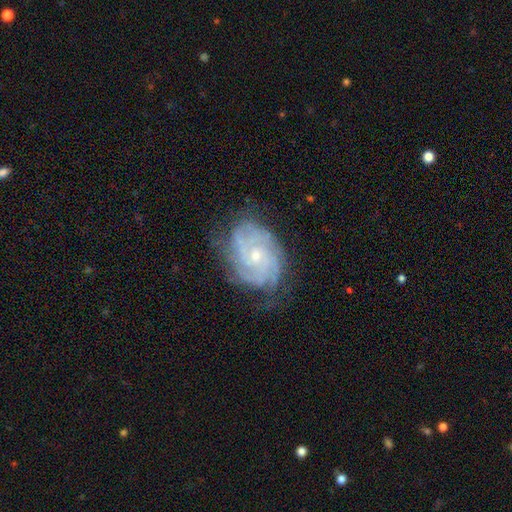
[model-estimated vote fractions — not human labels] Smooth or featured? featured or disk (85%)
Edge-on disk? no (97%)
Bar? no (72%)
Spiral arms? yes (96%)
Spiral winding? tight (71%)
Spiral arm count? can't tell (33%)
Bulge size? small (67%)
Merging? none (71%)